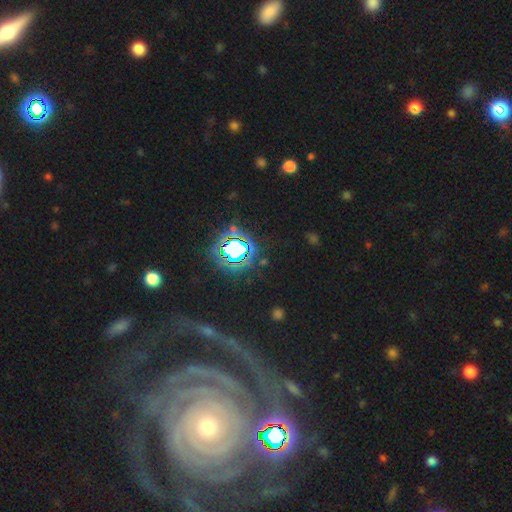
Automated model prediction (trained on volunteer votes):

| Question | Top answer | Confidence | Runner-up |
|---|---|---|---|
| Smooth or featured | featured or disk | 81% | star or artifact (12%) |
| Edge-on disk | no | 96% | yes (4%) |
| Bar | no | 73% | weak (14%) |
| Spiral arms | yes | 96% | no (4%) |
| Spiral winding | tight | 85% | medium (12%) |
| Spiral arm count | can't tell | 21% | 2 (20%) |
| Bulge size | small | 73% | moderate (21%) |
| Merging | none | 74% | minor disturbance (14%) |